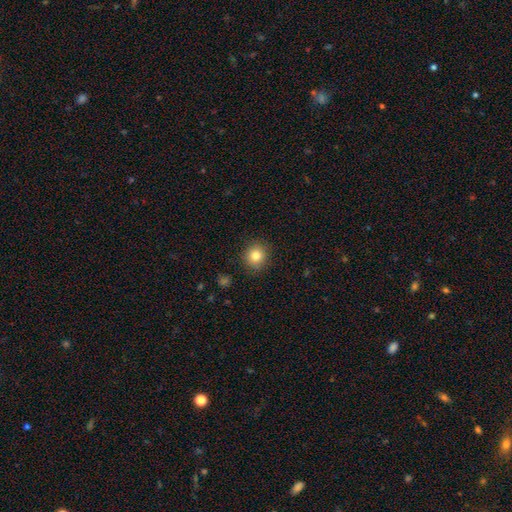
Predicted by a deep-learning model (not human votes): This appears to be a smooth galaxy with no disk features (82%) that is round (86%). Merging: none (89%).